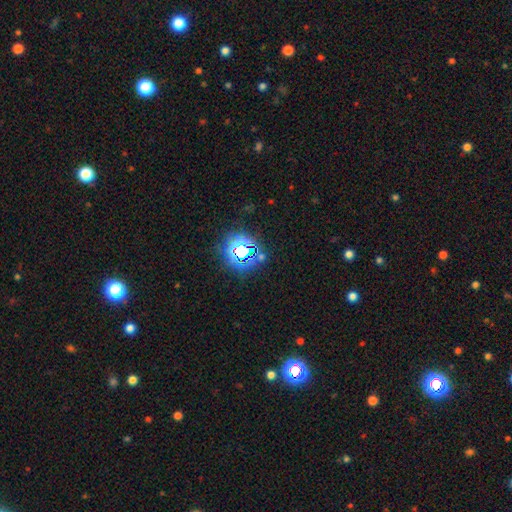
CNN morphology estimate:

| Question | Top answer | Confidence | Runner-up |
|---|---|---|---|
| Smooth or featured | star or artifact | 77% | smooth (15%) |